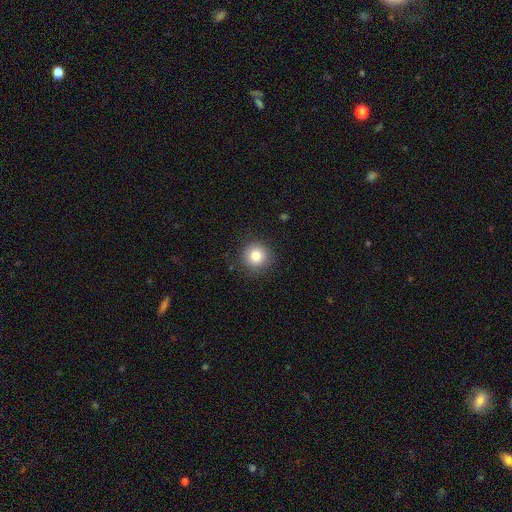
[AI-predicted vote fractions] Smooth or featured?
  - smooth: 82% *
  - star or artifact: 11%
  - featured or disk: 7%
How rounded?
  - round: 94% *
  - in between: 5%
  - cigar-shaped: 1%
Merging?
  - none: 88% *
  - minor disturbance: 8%
  - major disturbance: 3%
  - merger: 1%